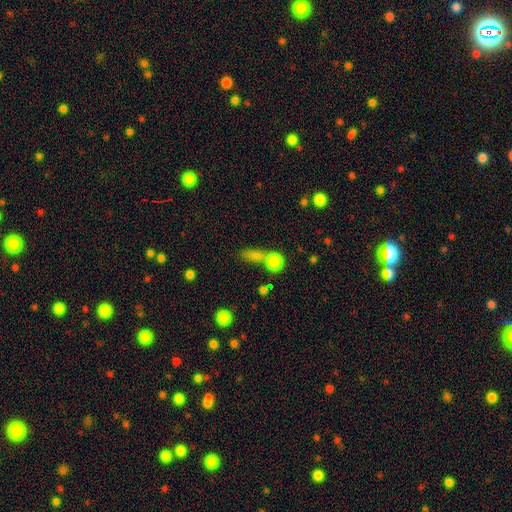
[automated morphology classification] A smooth galaxy with no disk features (77%) that is in between round and cigar-shaped (39%).

Vote fractions:
- Smooth or featured? smooth: 77% / star or artifact: 14% / featured or disk: 9%
- How rounded? in between: 39% / round: 38% / cigar-shaped: 22%
- Merging? none: 49% / merger: 30% / minor disturbance: 12% / major disturbance: 8%